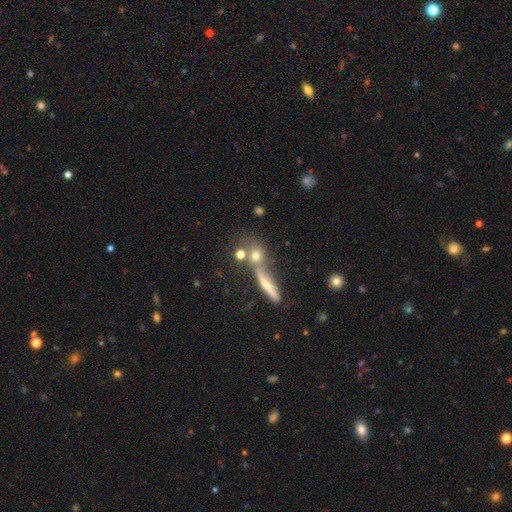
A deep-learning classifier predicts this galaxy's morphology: Q: Smooth or featured?
A: smooth (64%); runner-up: featured or disk (21%)
Q: How rounded?
A: round (65%); runner-up: in between (22%)
Q: Merging?
A: none (47%); runner-up: merger (35%)